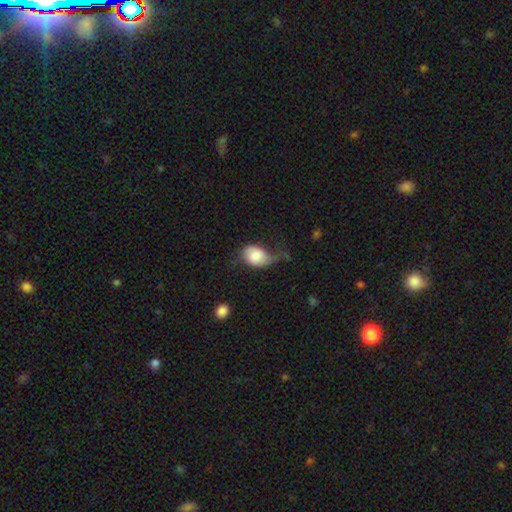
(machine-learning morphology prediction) type=smooth (74%); roundness=in between (73%); merging=minor disturbance (38%).